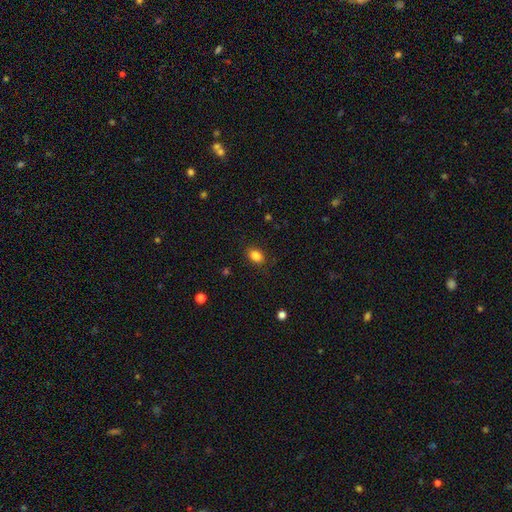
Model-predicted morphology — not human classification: The model was most divided on "how rounded": in between: 75%, round: 24%, cigar-shaped: 1%. More confident: merging — none (86%); smooth or featured — smooth (86%).